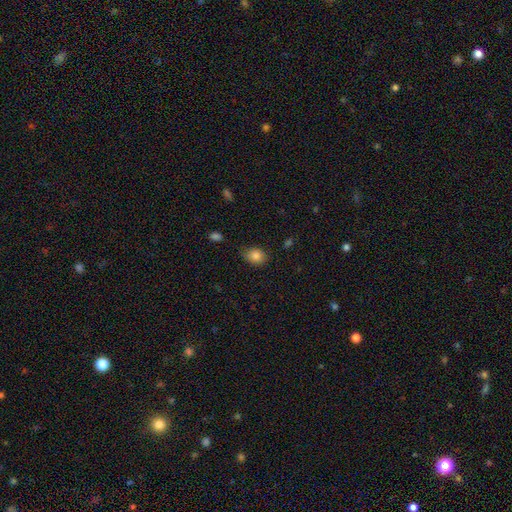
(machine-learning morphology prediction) type=smooth (84%); roundness=in between (57%); merging=none (74%).